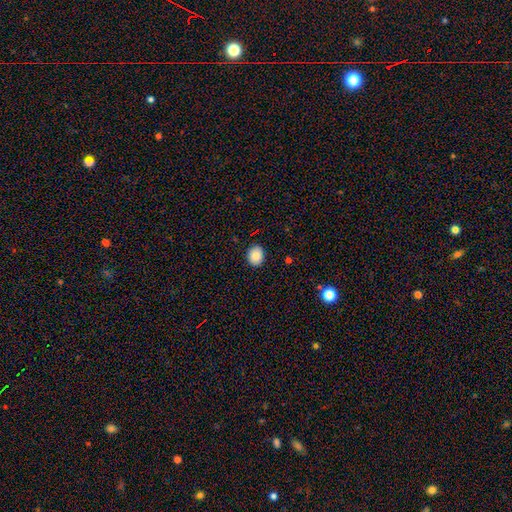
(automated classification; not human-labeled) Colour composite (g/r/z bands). It shows a smooth galaxy with no disk features (87%) that is round (57%). Merging: none (89%).